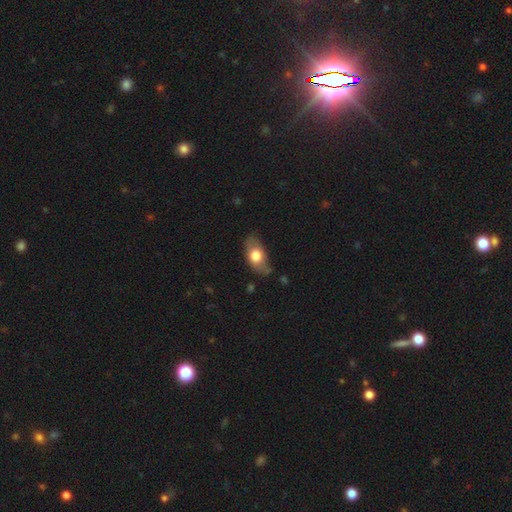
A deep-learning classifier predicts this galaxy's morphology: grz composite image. It shows a smooth galaxy with no disk features (68%) that is in between round and cigar-shaped (87%). Merging: none (67%).